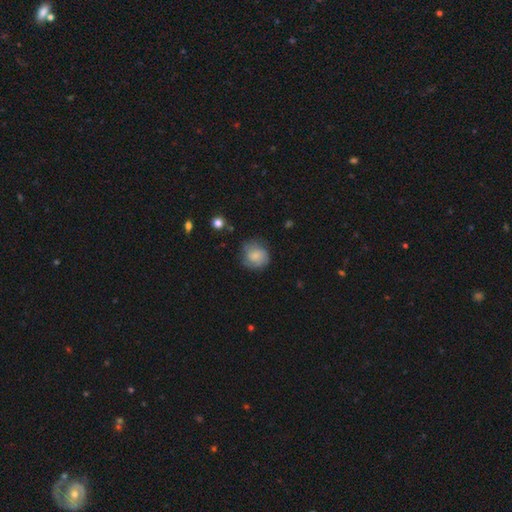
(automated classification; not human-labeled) smooth 68%, featured or disk 24%, star or artifact 8%. Down the decision tree: how rounded — round (82%); merging — none (67%).